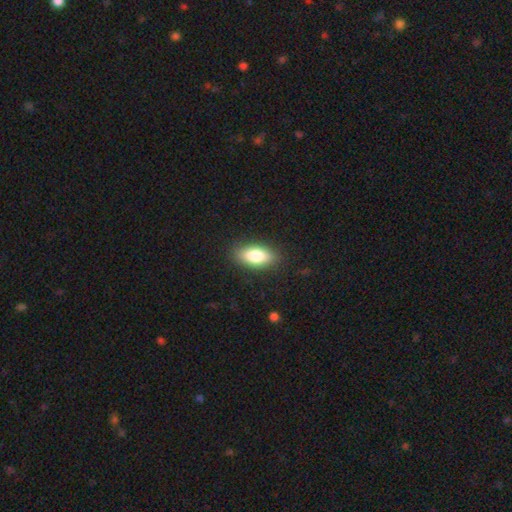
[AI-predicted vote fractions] Smooth or featured?
  - smooth: 79% *
  - featured or disk: 14%
  - star or artifact: 7%
How rounded?
  - in between: 85% *
  - cigar-shaped: 10%
  - round: 4%
Merging?
  - none: 87% *
  - minor disturbance: 10%
  - major disturbance: 3%
  - merger: 1%